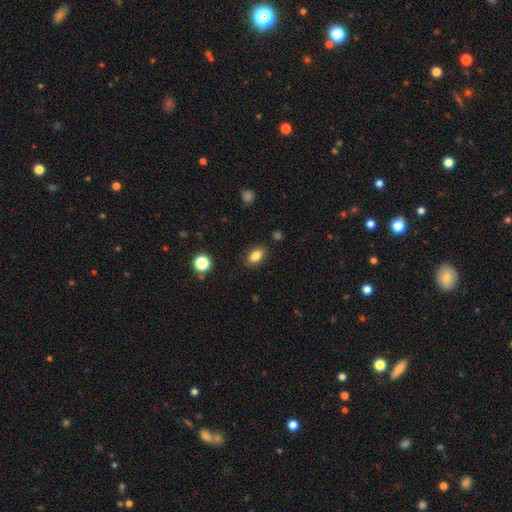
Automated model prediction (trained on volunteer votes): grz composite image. It shows a smooth galaxy with no disk features (83%) that is in between round and cigar-shaped (82%). Merging: none (86%).